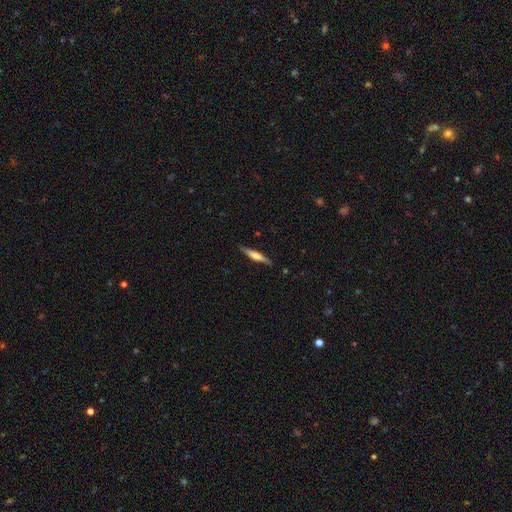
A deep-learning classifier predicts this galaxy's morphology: A featured or disk galaxy (56%) viewed edge-on (96%) with a rounded central bulge (75%).

Vote fractions:
- Smooth or featured? featured or disk: 56% / smooth: 39% / star or artifact: 6%
- Edge-on disk? yes: 96% / no: 4%
- Edge-on bulge? rounded: 75% / boxy: 16% / none: 9%
- Merging? none: 87% / minor disturbance: 10% / major disturbance: 2% / merger: 1%